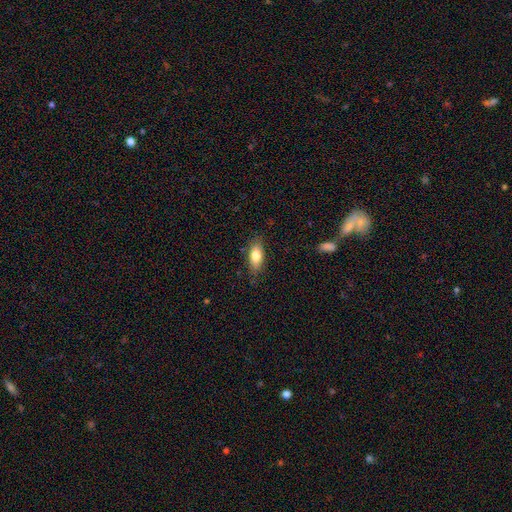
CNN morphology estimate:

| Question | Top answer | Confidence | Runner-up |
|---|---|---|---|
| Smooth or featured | smooth | 79% | featured or disk (14%) |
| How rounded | in between | 82% | cigar-shaped (14%) |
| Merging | none | 81% | minor disturbance (14%) |